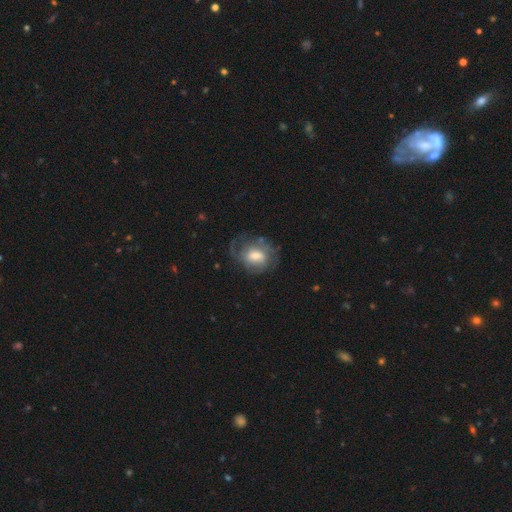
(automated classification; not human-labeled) smooth_or_featured: featured or disk (p=0.62) [alt: smooth p=0.30]
disk_edge_on: no (p=0.97) [alt: yes p=0.03]
bar: weak (p=0.47) [alt: no p=0.41]
has_spiral_arms: yes (p=0.80) [alt: no p=0.20]
bulge_size: moderate (p=0.58) [alt: small p=0.22]
merging: none (p=0.57) [alt: minor disturbance p=0.22]